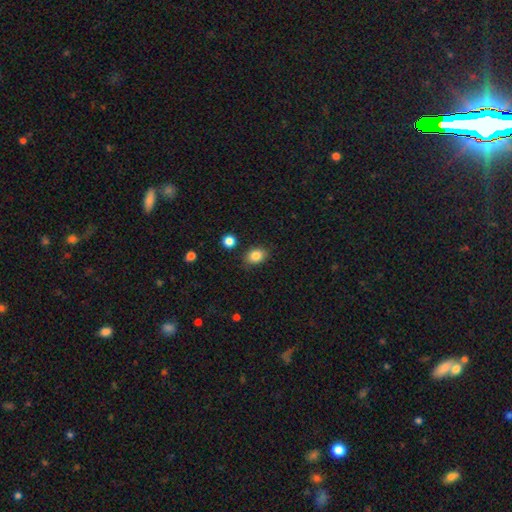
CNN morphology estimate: Smooth or featured? smooth (85%)
How rounded? in between (61%)
Merging? none (83%)